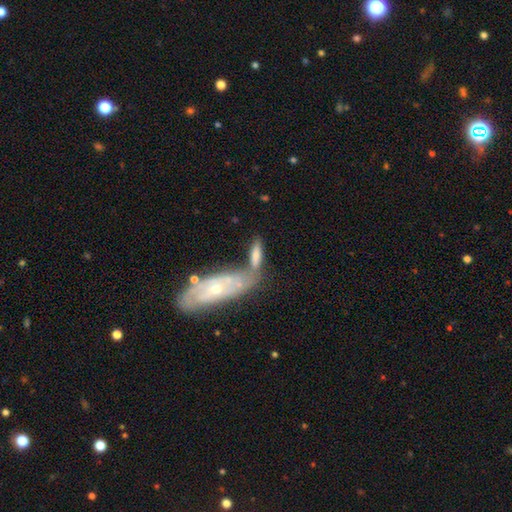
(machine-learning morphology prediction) Overall: smooth (64%; featured or disk 29%). How rounded: cigar-shaped (51%; in between 47%). Merging: merger (46%; none 34%).